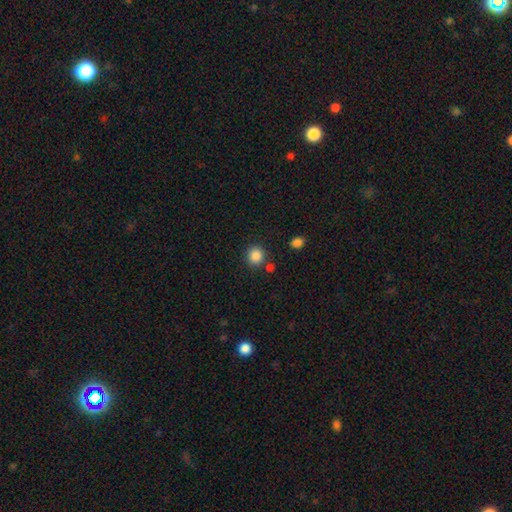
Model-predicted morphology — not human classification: Smooth or featured? Predicted: smooth (p=0.86). How rounded? Predicted: round (p=0.89). Merging? Predicted: none (p=0.83).